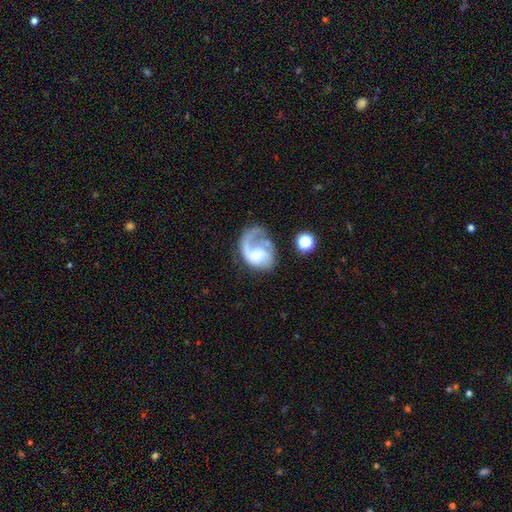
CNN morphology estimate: This appears to be a featured or disk galaxy (74%) with no bar (64%), 1 (61%) loose (41%) spiral arms (88%) and a small central bulge (46%). Merging: major disturbance (39%).